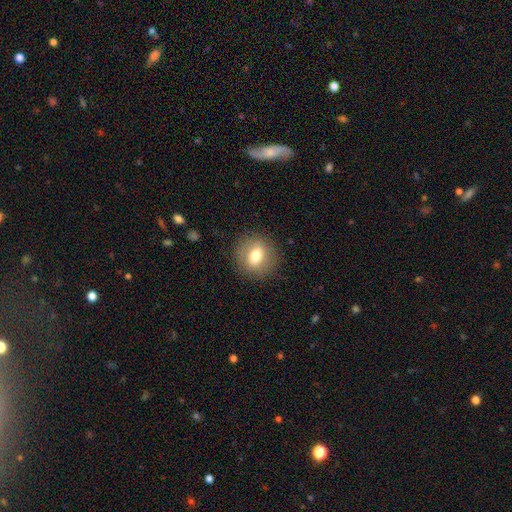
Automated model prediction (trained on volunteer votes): Smooth or featured?
  - smooth: 69% *
  - featured or disk: 21%
  - star or artifact: 10%
How rounded?
  - round: 78% *
  - in between: 21%
  - cigar-shaped: 1%
Merging?
  - none: 87% *
  - minor disturbance: 9%
  - major disturbance: 3%
  - merger: 1%